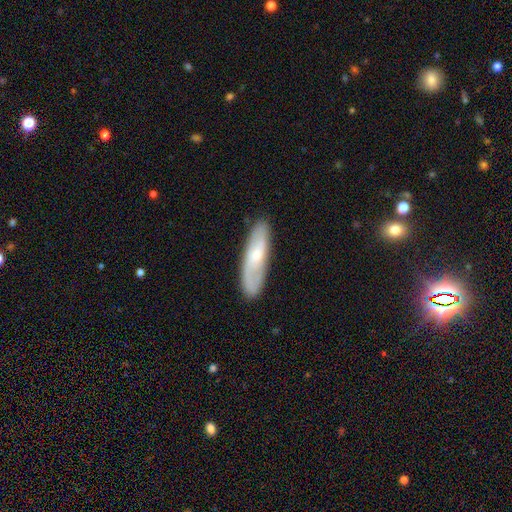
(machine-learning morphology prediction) Smooth or featured: smooth — 47% (featured or disk — 46%)
Merging: none — 81% (minor disturbance — 14%)